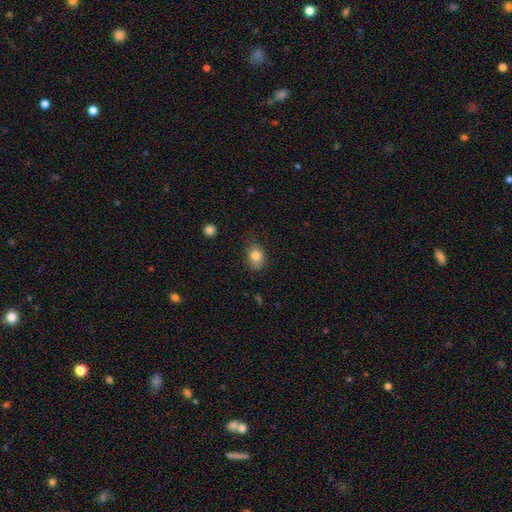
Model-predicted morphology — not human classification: smooth 81%, star or artifact 10%, featured or disk 8%. Down the decision tree: how rounded — in between (63%); merging — none (71%).